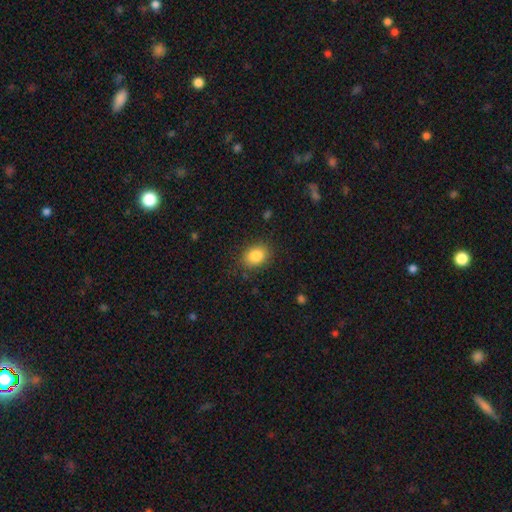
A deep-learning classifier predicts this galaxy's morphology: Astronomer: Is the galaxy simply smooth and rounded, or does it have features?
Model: smooth — 85%.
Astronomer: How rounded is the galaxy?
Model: in between — 67%.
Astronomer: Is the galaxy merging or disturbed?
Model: none — 84%.